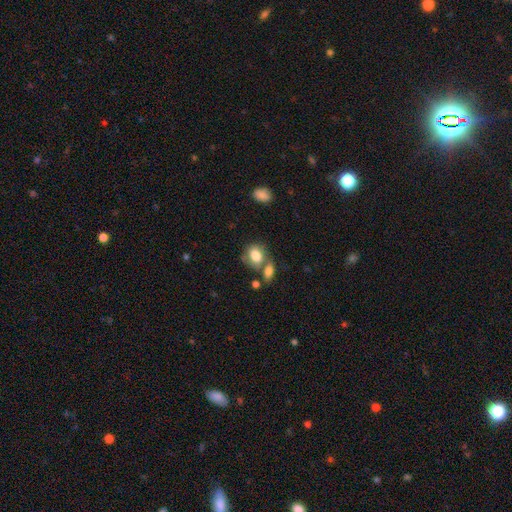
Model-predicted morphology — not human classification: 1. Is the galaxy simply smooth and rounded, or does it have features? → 79% smooth, 13% featured or disk, 8% star or artifact.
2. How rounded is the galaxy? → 58% in between, 40% round, 1% cigar-shaped.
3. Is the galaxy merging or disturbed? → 45% none, 33% merger, 15% minor disturbance, 7% major disturbance.